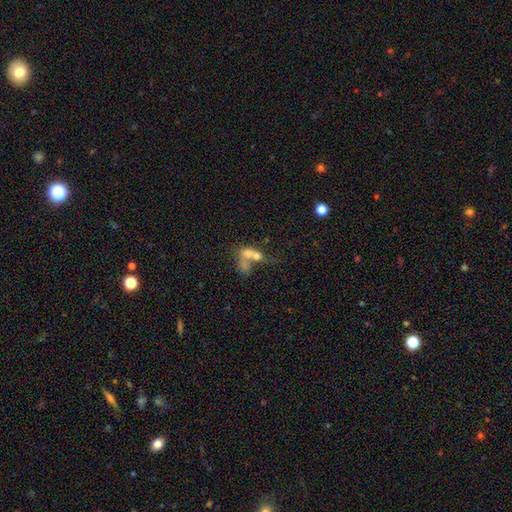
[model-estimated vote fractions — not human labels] This is marginally a smooth galaxy (42%). Merging: possibly merger (49%).